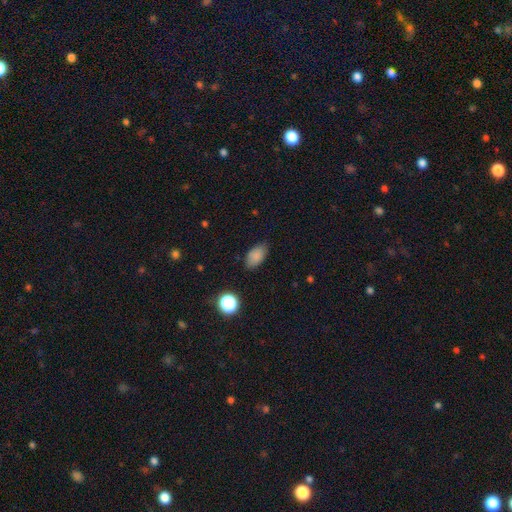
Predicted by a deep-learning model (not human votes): A smooth galaxy with no disk features (85%) that is in between round and cigar-shaped (91%). Merging: none (82%).